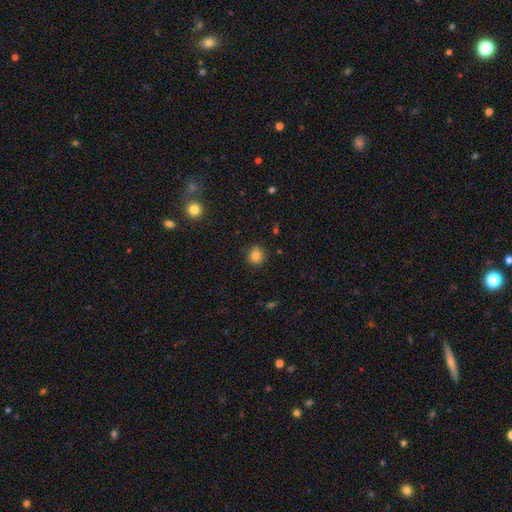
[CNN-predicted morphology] Overall: smooth (83%). How rounded: round (88%). Merging: none (87%).